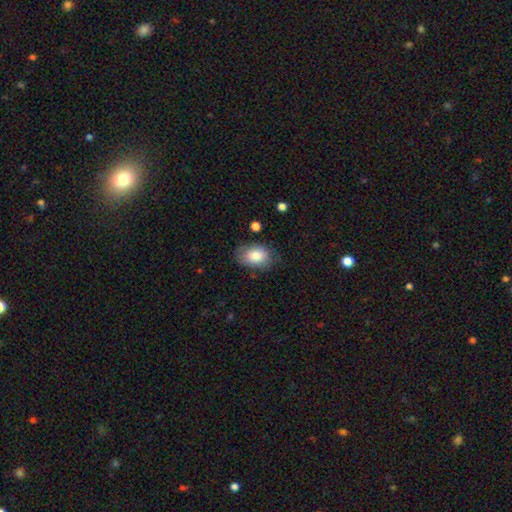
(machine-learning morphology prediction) Q: Smooth or featured?
A: smooth (81%); runner-up: featured or disk (12%)
Q: How rounded?
A: in between (84%); runner-up: round (15%)
Q: Merging?
A: none (74%); runner-up: minor disturbance (19%)